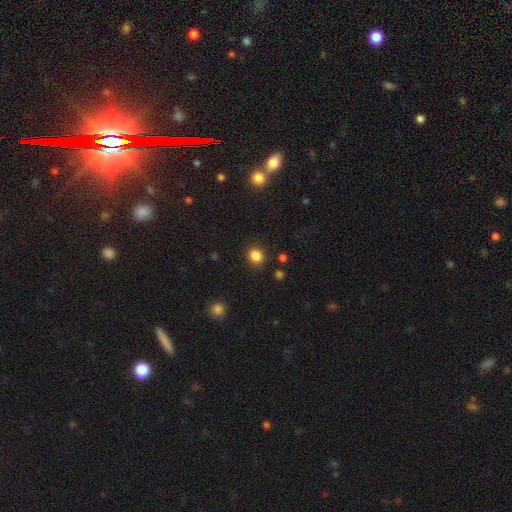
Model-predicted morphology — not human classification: This is clearly a smooth galaxy (85%). How rounded: likely round (73%). Merging: clearly none (88%).